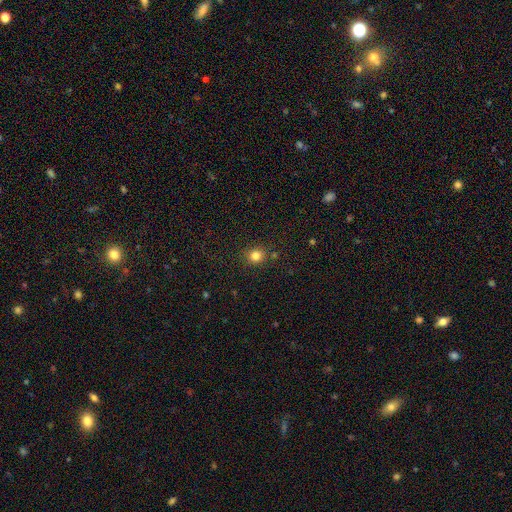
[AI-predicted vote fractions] This appears to be a smooth galaxy with no disk features (82%) that is round (84%). Merging: none (86%).